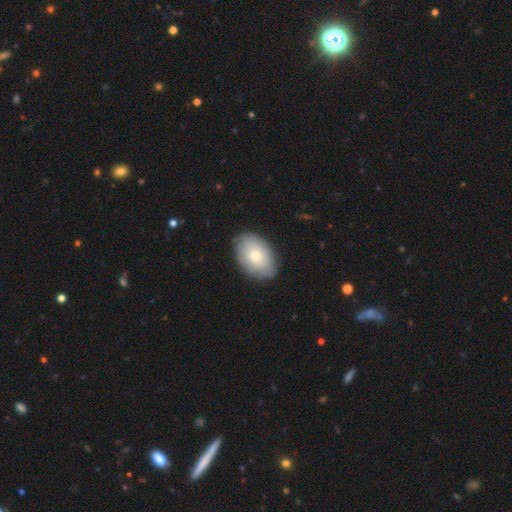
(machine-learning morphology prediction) smooth_or_featured: smooth (p=0.71) [alt: featured or disk p=0.23]
how_rounded: in between (p=0.88) [alt: round p=0.11]
merging: none (p=0.84) [alt: minor disturbance p=0.12]